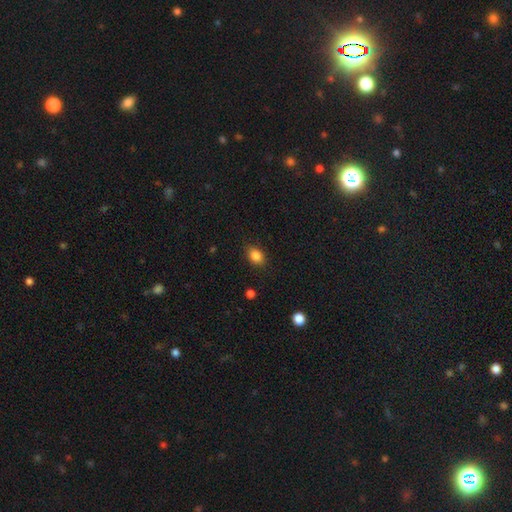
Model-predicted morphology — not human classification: smooth_or_featured: smooth (p=0.85) [alt: star or artifact p=0.10]
how_rounded: in between (p=0.69) [alt: round p=0.30]
merging: none (p=0.85) [alt: minor disturbance p=0.12]